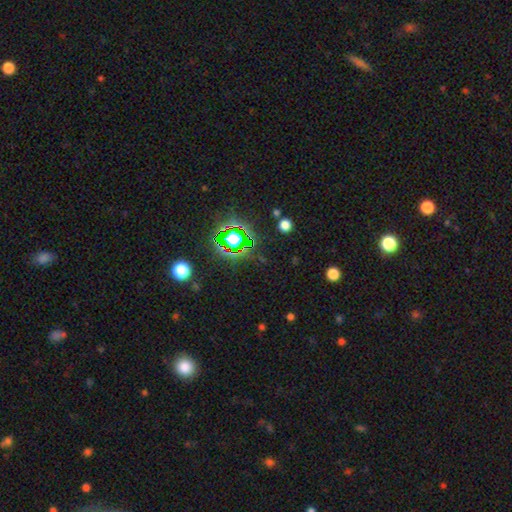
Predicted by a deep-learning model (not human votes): A star or artifact, not a galaxy (78%).

Vote fractions:
- Smooth or featured? star or artifact: 78% / smooth: 15% / featured or disk: 7%